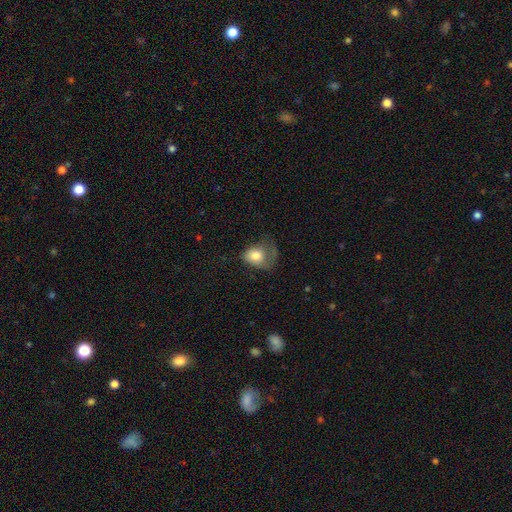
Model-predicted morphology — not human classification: Q: Smooth or featured?
A: smooth (72%); runner-up: featured or disk (19%)
Q: How rounded?
A: in between (56%); runner-up: round (43%)
Q: Merging?
A: major disturbance (45%); runner-up: minor disturbance (29%)